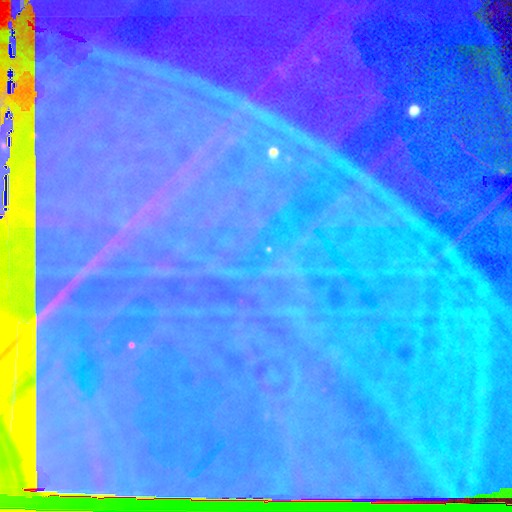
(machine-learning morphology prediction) A star or artifact, not a galaxy (87%).